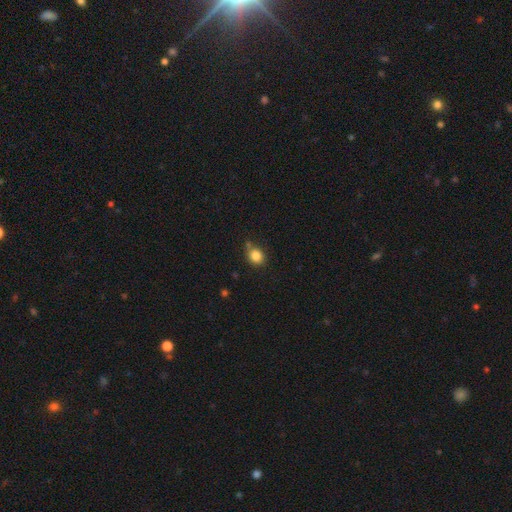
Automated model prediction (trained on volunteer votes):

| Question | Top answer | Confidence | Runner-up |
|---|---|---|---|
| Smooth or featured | smooth | 84% | star or artifact (11%) |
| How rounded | round | 73% | in between (26%) |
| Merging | none | 70% | minor disturbance (17%) |